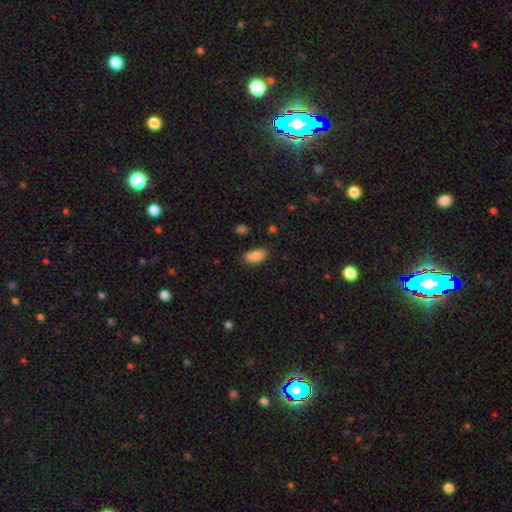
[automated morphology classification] This appears to be a smooth galaxy with no disk features (85%) that is in between round and cigar-shaped (91%). Merging: none (69%).